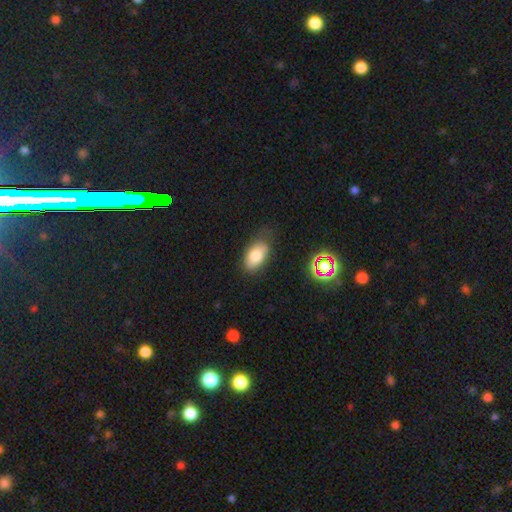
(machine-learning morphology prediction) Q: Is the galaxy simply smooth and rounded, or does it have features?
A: smooth — 78%.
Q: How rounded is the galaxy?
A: in between — 91%.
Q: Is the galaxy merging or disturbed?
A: none — 68%.